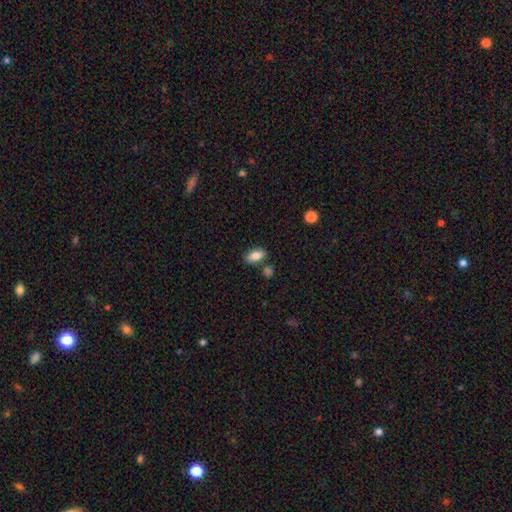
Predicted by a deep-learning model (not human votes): smooth-or-featured: smooth: 85% | featured or disk: 8% | star or artifact: 8%
  how-rounded: in between: 90% | round: 6% | cigar-shaped: 4%
  merging: none: 76% | minor disturbance: 13% | merger: 8% | major disturbance: 3%